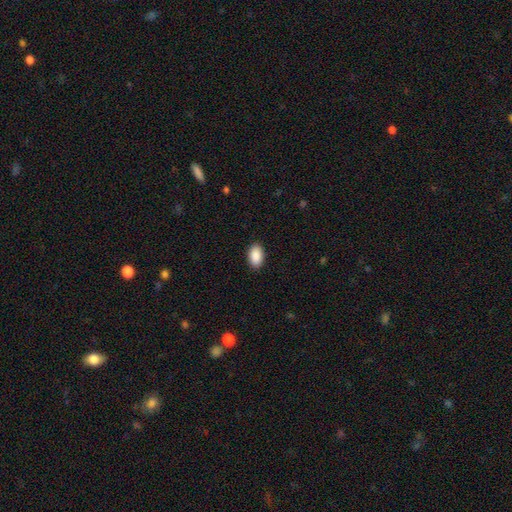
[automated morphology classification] This appears to be a smooth galaxy with no disk features (90%) that is in between round and cigar-shaped (94%). Merging: none (90%).